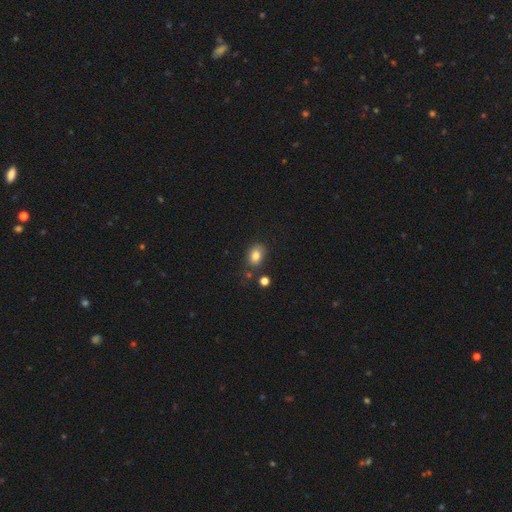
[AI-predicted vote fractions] Overall: smooth (81%). How rounded: in between (71%). Merging: none (73%).